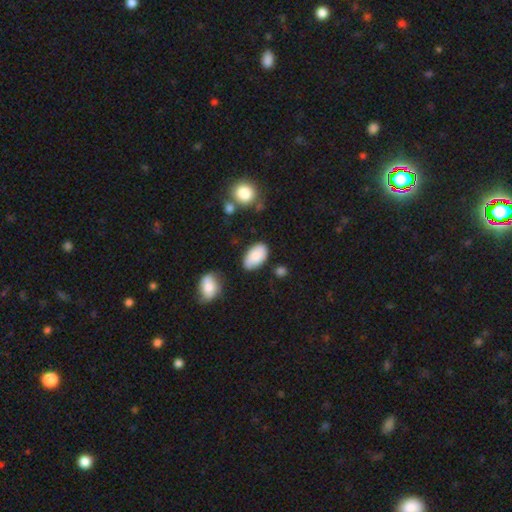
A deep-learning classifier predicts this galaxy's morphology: This appears to be a smooth galaxy with no disk features (85%) that is in between round and cigar-shaped (95%). Merging: none (75%).